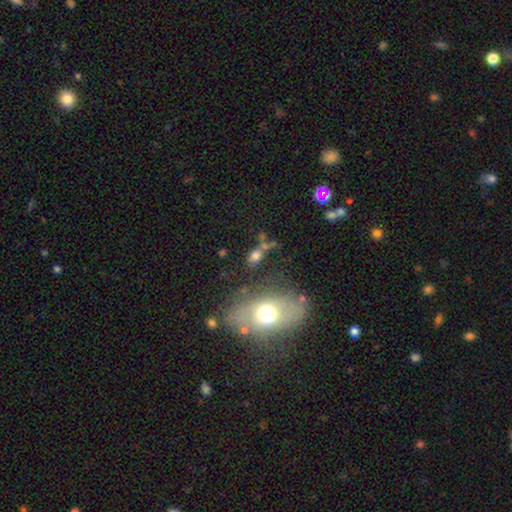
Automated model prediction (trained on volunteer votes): The model was most divided on "merging": none: 56%, merger: 20%, minor disturbance: 15%, major disturbance: 10%. More confident: how rounded — in between (70%); smooth or featured — smooth (67%).